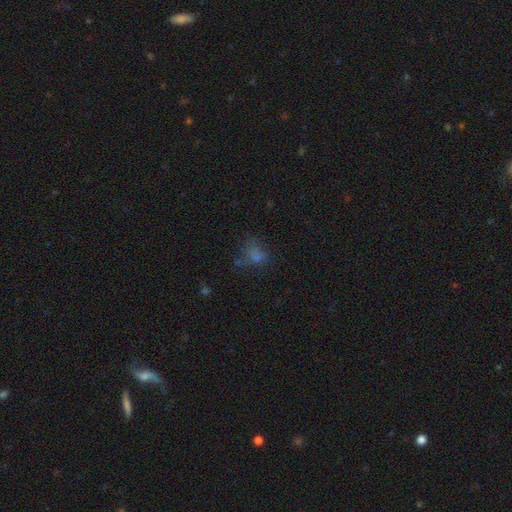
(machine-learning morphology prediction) type=smooth (56%); roundness=round (54%); merging=none (55%).